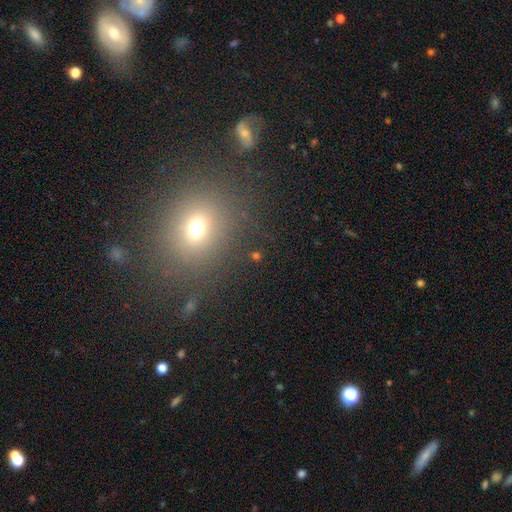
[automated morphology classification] The model was most divided on "smooth or featured": smooth: 51%, star or artifact: 37%, featured or disk: 12%. More confident: merging — none (82%); how rounded — round (70%).